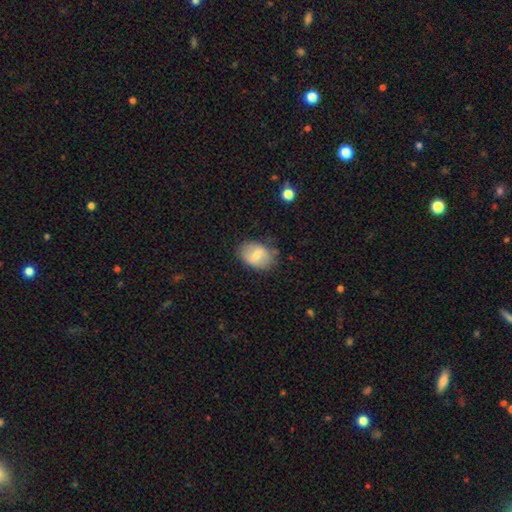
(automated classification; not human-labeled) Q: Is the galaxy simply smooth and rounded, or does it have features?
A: smooth — 60%.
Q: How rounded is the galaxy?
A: in between — 77%.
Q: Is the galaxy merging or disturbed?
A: none — 77%.